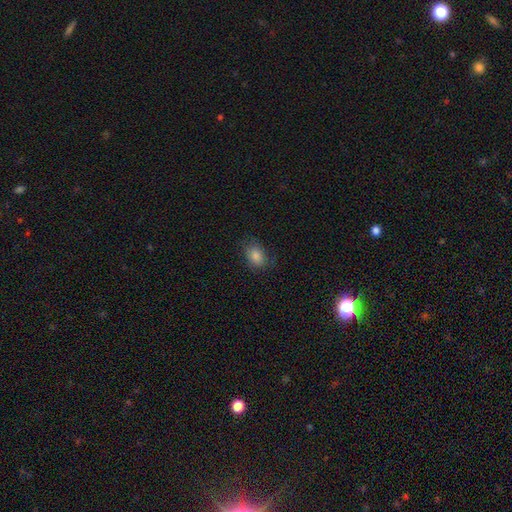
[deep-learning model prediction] This appears to be a smooth galaxy with no disk features (82%) that is in between round and cigar-shaped (74%). Merging: none (77%).